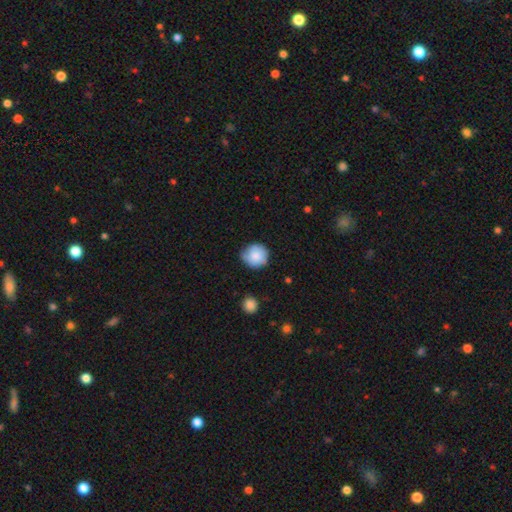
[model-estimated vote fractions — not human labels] Smooth or featured: smooth — 82% (featured or disk — 11%)
How rounded: round — 92% (in between — 7%)
Merging: none — 72% (minor disturbance — 23%)